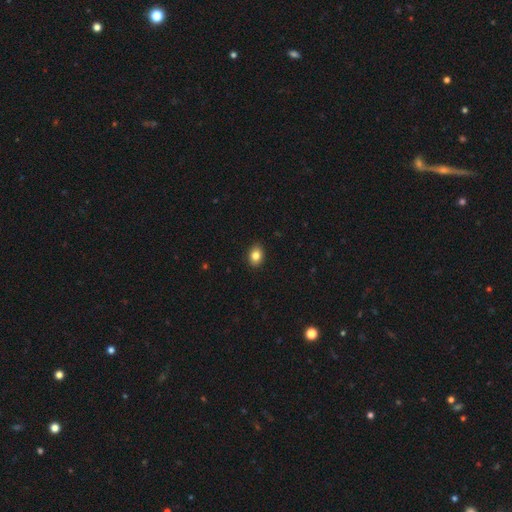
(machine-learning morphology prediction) Smooth or featured?
  - smooth: 83% *
  - star or artifact: 9%
  - featured or disk: 7%
How rounded?
  - in between: 68% *
  - round: 31%
  - cigar-shaped: 1%
Merging?
  - none: 90% *
  - minor disturbance: 8%
  - major disturbance: 2%
  - merger: 1%